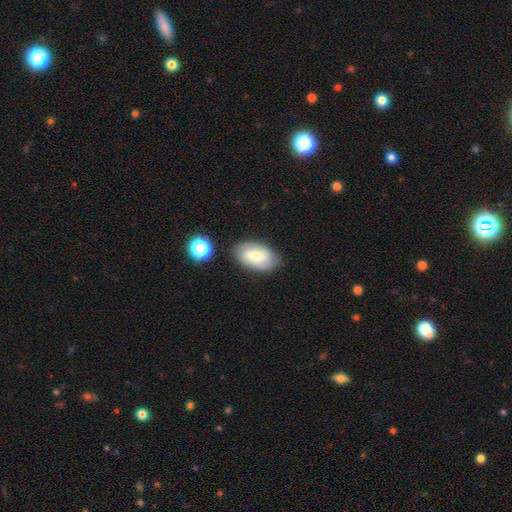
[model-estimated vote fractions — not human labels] Smooth or featured? smooth (58%)
How rounded? in between (92%)
Merging? none (80%)